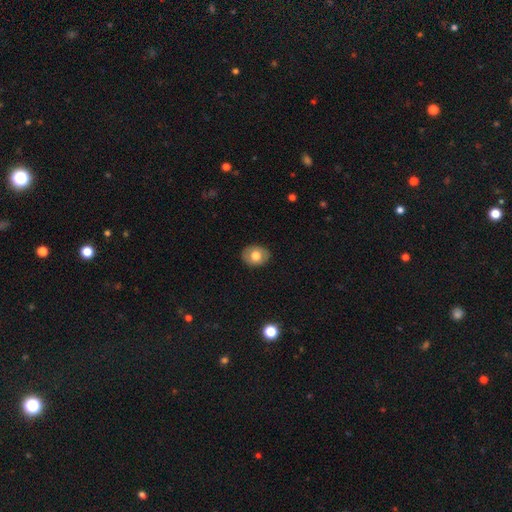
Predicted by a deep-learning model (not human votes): This appears to be a smooth galaxy with no disk features (73%) that is in between round and cigar-shaped (56%). Merging: none (87%).